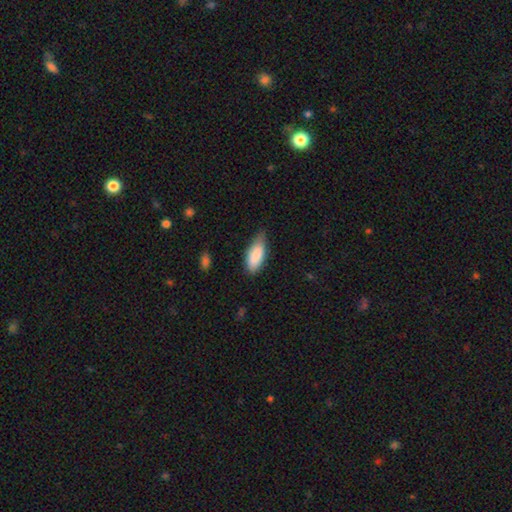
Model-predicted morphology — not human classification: This appears to be a smooth galaxy with no disk features (86%) that is in between round and cigar-shaped (82%). Merging: none (56%).